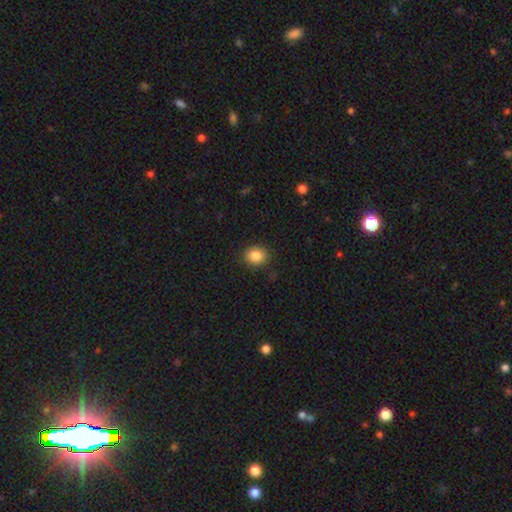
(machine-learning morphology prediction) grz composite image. It shows a smooth galaxy with no disk features (86%) that is round (68%). Merging: none (88%).